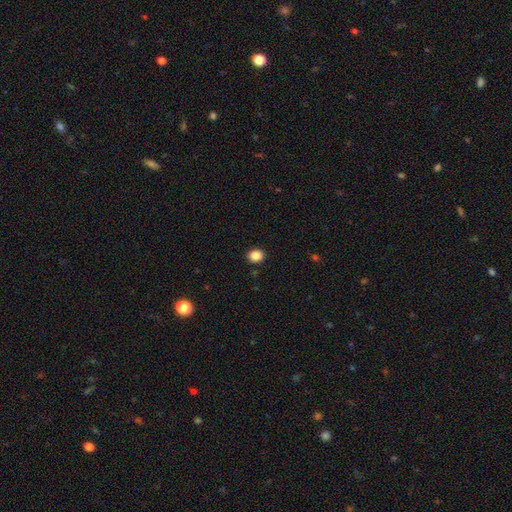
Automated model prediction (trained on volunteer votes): smooth 87%, star or artifact 10%, featured or disk 3%. Down the decision tree: how rounded — round (61%); merging — none (91%).